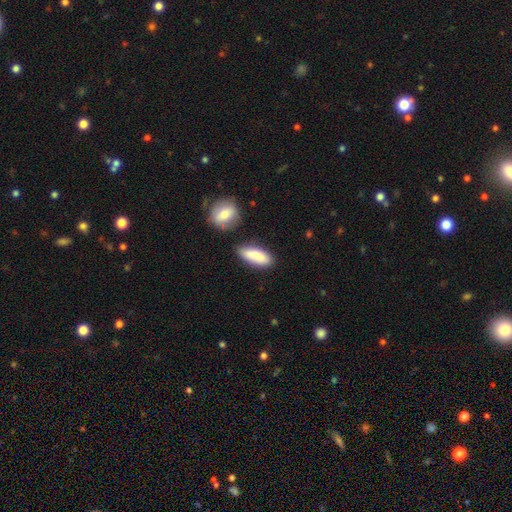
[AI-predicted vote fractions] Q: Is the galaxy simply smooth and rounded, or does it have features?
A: smooth — 85%.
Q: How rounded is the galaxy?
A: in between — 70%.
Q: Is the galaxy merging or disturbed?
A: none — 70%.